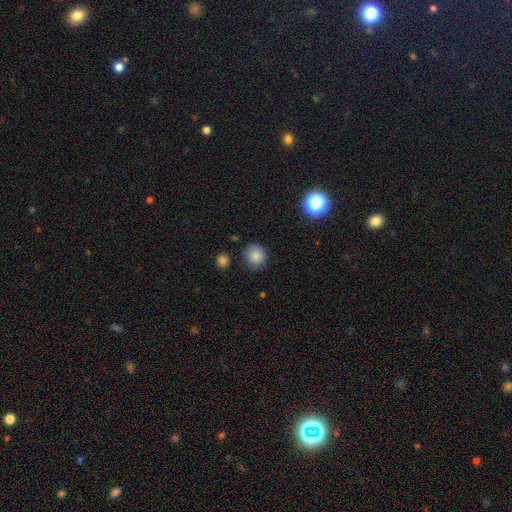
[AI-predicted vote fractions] A smooth galaxy with no disk features (84%) that is round (89%).

Vote fractions:
- Smooth or featured? smooth: 84% / star or artifact: 11% / featured or disk: 5%
- How rounded? round: 89% / in between: 10% / cigar-shaped: 1%
- Merging? none: 84% / minor disturbance: 11% / major disturbance: 3% / merger: 2%